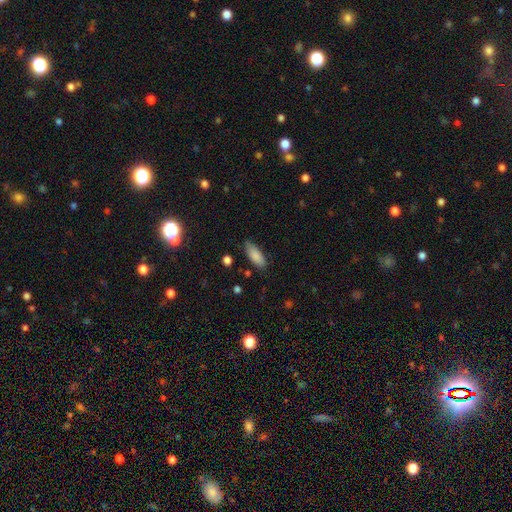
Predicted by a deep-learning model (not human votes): This is clearly a smooth galaxy (85%). How rounded: likely in between (76%). Merging: likely none (76%).